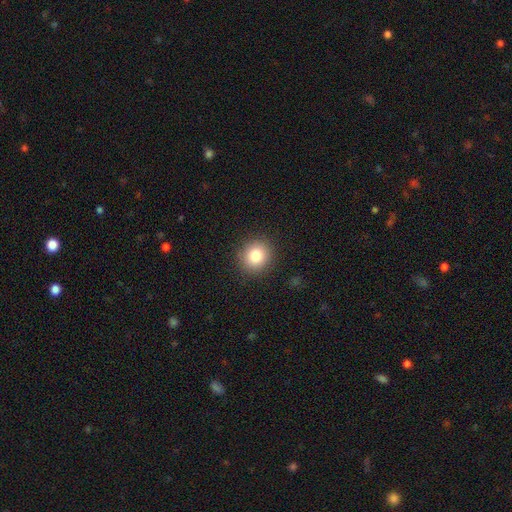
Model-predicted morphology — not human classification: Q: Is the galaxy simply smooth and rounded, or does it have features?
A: smooth — 82%.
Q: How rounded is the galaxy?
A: round — 85%.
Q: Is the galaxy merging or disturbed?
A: none — 90%.